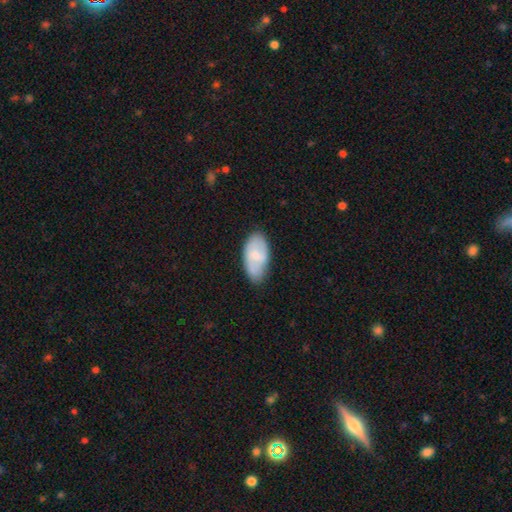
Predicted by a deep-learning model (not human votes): Smooth or featured? smooth (55%)
How rounded? in between (94%)
Merging? none (70%)